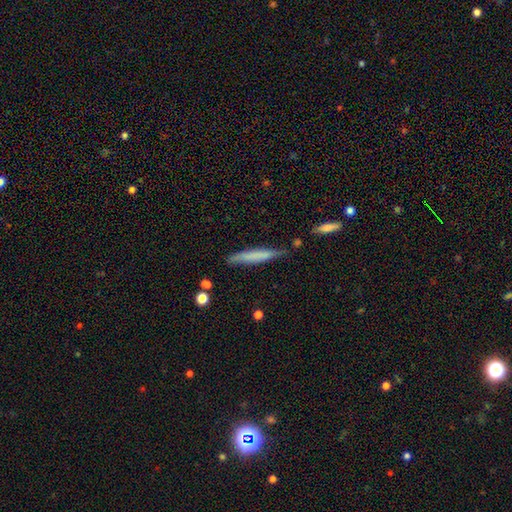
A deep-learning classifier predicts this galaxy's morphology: type=smooth (65%); roundness=cigar-shaped (94%); merging=none (74%).